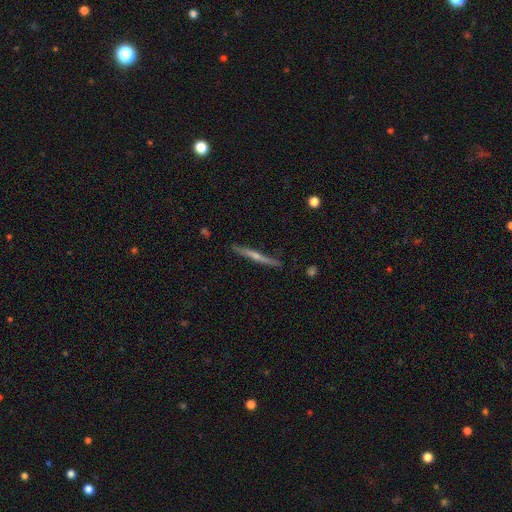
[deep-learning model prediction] smooth_or_featured: featured or disk (p=0.66) [alt: smooth p=0.28]
disk_edge_on: yes (p=0.97) [alt: no p=0.03]
edge_on_bulge: rounded (p=0.65) [alt: none p=0.30]
merging: none (p=0.88) [alt: minor disturbance p=0.09]